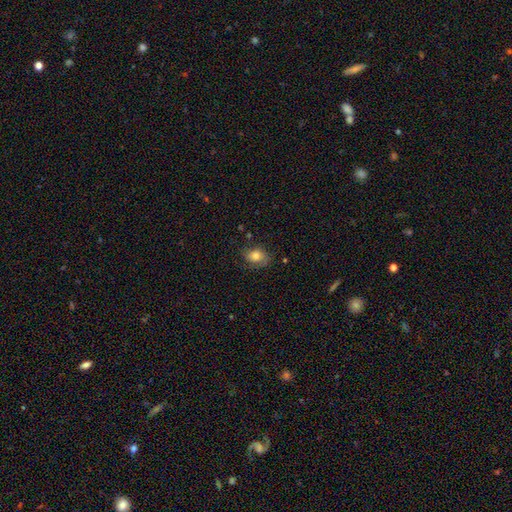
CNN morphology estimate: This is likely a smooth galaxy (73%). How rounded: likely in between (66%). Merging: likely none (68%).